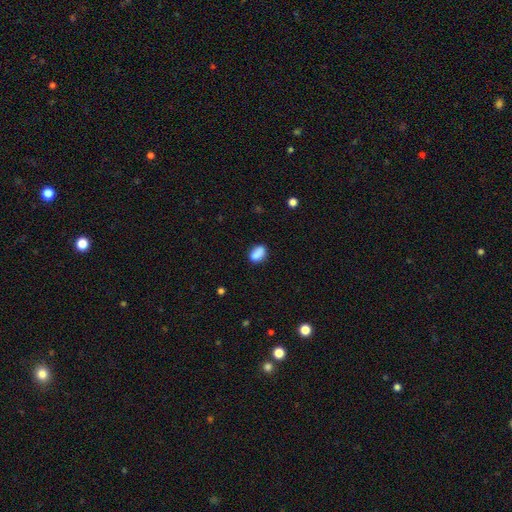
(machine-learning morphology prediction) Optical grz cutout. It shows a smooth galaxy with no disk features (84%) that is in between round and cigar-shaped (80%). Merging: none (67%).